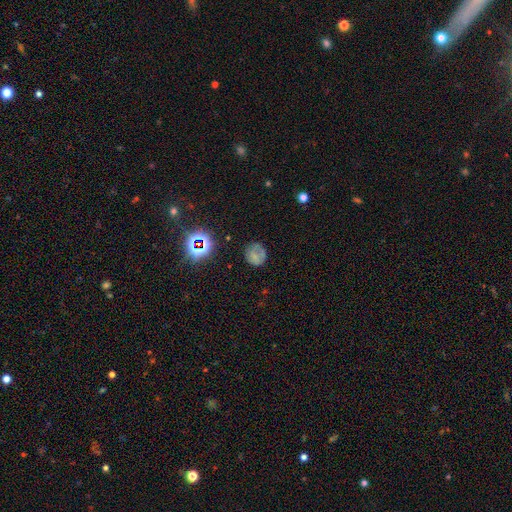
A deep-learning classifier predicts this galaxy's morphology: Smooth or featured?
  - smooth: 62% *
  - star or artifact: 20%
  - featured or disk: 19%
How rounded?
  - round: 78% *
  - in between: 21%
  - cigar-shaped: 1%
Merging?
  - none: 66% *
  - minor disturbance: 21%
  - major disturbance: 10%
  - merger: 2%